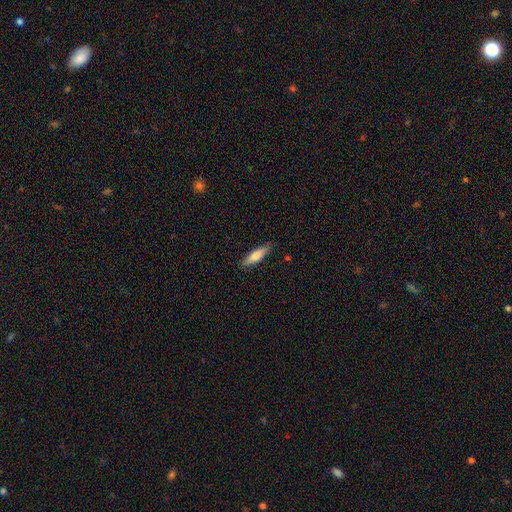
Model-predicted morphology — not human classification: A smooth galaxy with no disk features (73%) that is cigar-shaped (66%). Merging: none (85%).